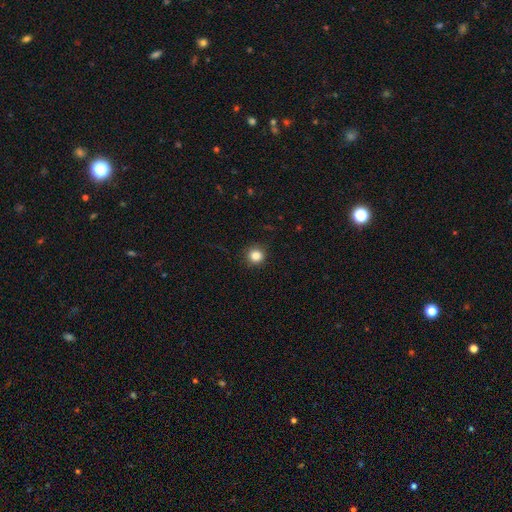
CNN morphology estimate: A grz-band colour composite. It shows a smooth galaxy with no disk features (84%) that is round (93%). Merging: none (91%).